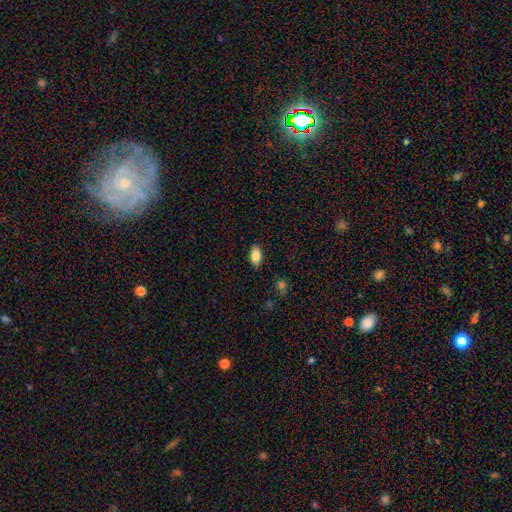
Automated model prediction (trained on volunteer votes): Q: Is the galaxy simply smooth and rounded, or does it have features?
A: smooth — 84%.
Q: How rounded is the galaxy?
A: in between — 92%.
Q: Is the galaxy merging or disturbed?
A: none — 87%.